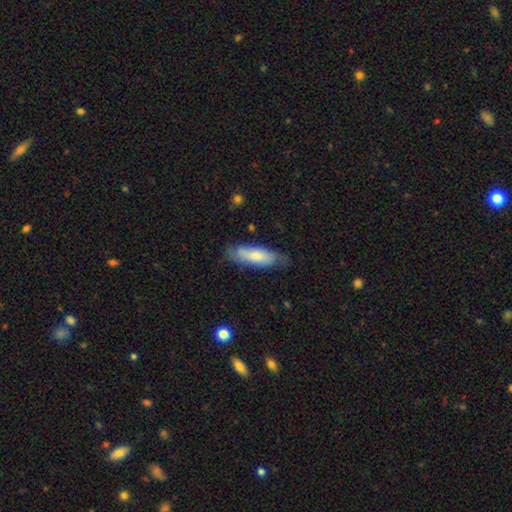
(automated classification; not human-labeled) smooth 72%, featured or disk 22%, star or artifact 5%. Down the decision tree: how rounded — in between (56%); merging — none (70%).